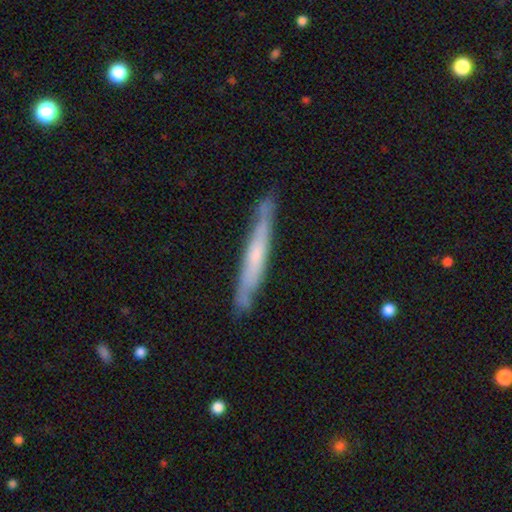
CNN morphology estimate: Smooth or featured: featured or disk — 53% (smooth — 42%)
Edge-on disk: yes — 87% (no — 13%)
Merging: none — 80% (minor disturbance — 15%)